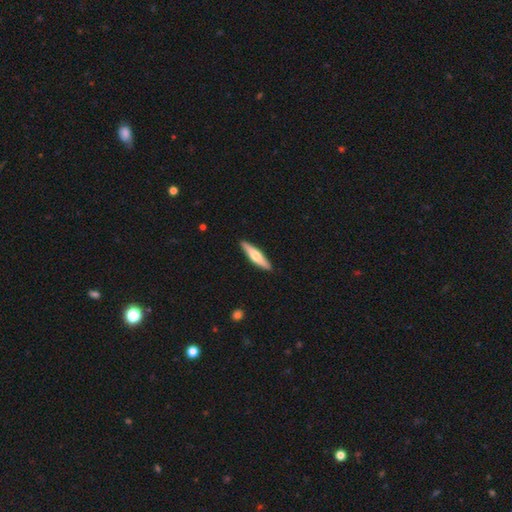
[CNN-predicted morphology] Q: Smooth or featured?
A: smooth (48%); runner-up: featured or disk (47%)
Q: Merging?
A: none (90%); runner-up: minor disturbance (7%)